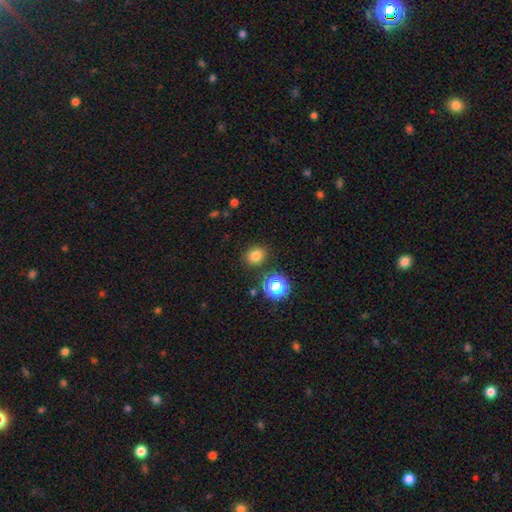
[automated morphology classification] A smooth galaxy with no disk features (77%) that is round (67%).

Vote fractions:
- Smooth or featured? smooth: 77% / star or artifact: 17% / featured or disk: 6%
- How rounded? round: 67% / in between: 32% / cigar-shaped: 1%
- Merging? none: 84% / minor disturbance: 9% / merger: 4% / major disturbance: 3%